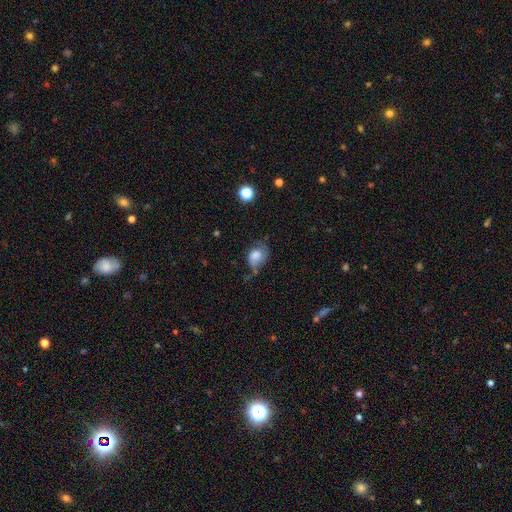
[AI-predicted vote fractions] Smooth or featured?
  - smooth: 69% *
  - featured or disk: 21%
  - star or artifact: 10%
How rounded?
  - in between: 66% *
  - round: 33%
  - cigar-shaped: 1%
Merging?
  - minor disturbance: 39% *
  - none: 36%
  - major disturbance: 20%
  - merger: 5%